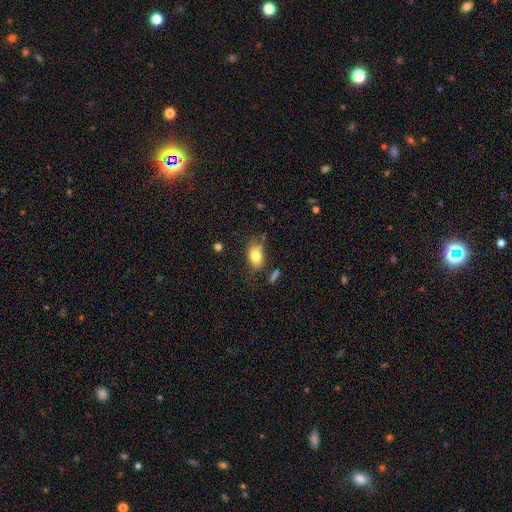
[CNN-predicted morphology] A smooth galaxy with no disk features (80%) that is in between round and cigar-shaped (85%). Merging: none (67%).